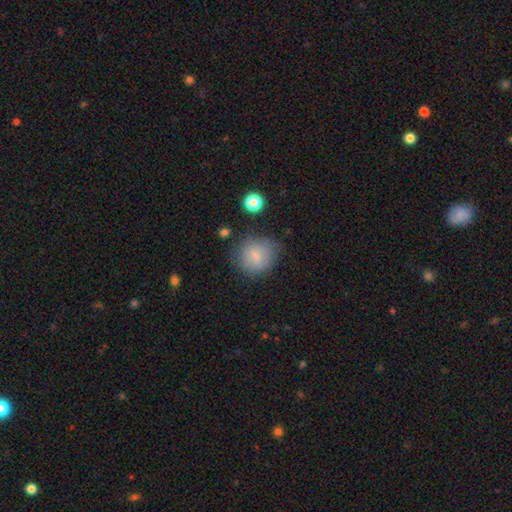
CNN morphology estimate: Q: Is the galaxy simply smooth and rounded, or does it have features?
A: smooth — 77%.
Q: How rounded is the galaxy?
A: round — 82%.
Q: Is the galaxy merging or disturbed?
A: none — 68%.